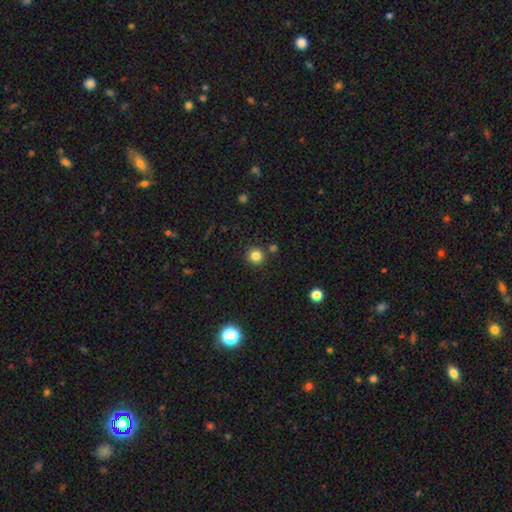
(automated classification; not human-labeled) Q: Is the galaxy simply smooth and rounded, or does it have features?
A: smooth — 82%.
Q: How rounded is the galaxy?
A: round — 93%.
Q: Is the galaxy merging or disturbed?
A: none — 85%.